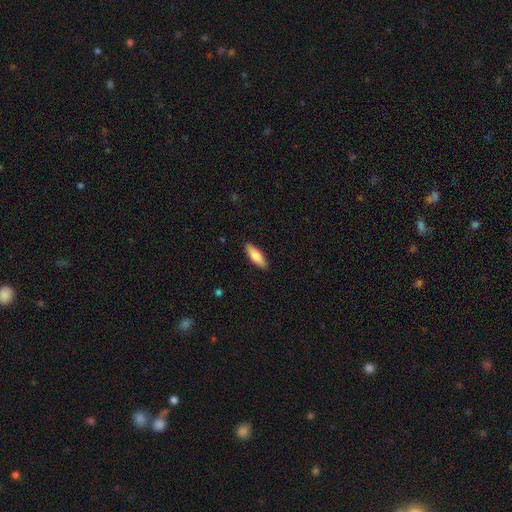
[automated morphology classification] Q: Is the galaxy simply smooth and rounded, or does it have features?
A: smooth — 77%.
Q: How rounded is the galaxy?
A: in between — 53%.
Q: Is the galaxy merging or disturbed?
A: none — 89%.